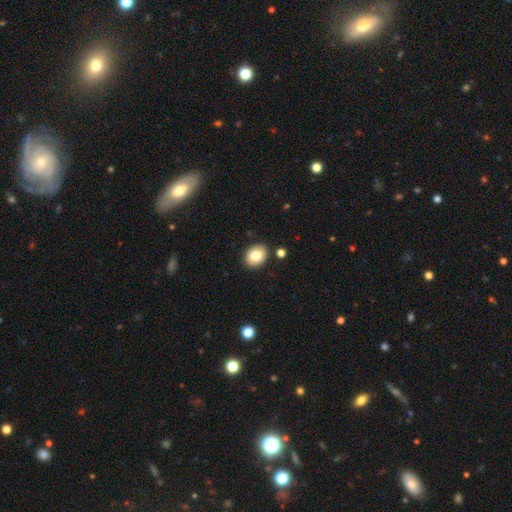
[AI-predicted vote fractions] A smooth galaxy with no disk features (82%) that is in between round and cigar-shaped (59%). Merging: none (88%).